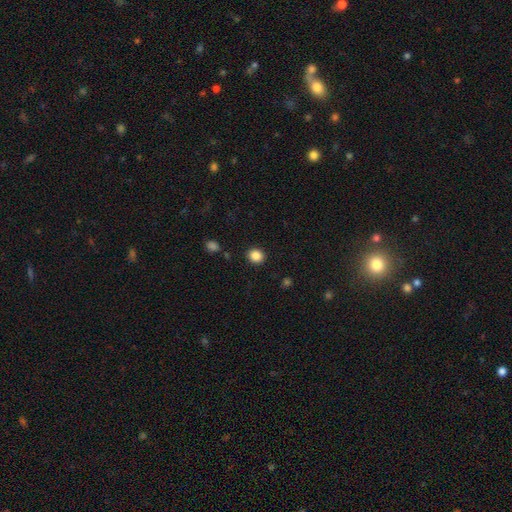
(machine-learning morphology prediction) Smooth or featured?
  - smooth: 87% *
  - star or artifact: 10%
  - featured or disk: 3%
How rounded?
  - round: 79% *
  - in between: 20%
  - cigar-shaped: 1%
Merging?
  - none: 91% *
  - minor disturbance: 6%
  - major disturbance: 2%
  - merger: 1%